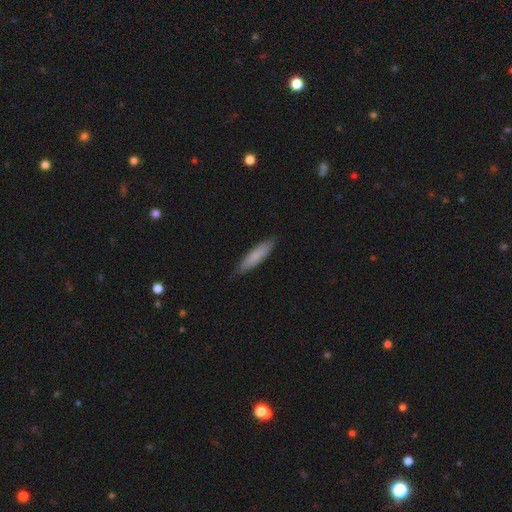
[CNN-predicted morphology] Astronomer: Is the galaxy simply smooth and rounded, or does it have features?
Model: smooth — 79%.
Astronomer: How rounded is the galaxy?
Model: cigar-shaped — 77%.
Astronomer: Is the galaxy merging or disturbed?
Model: none — 85%.